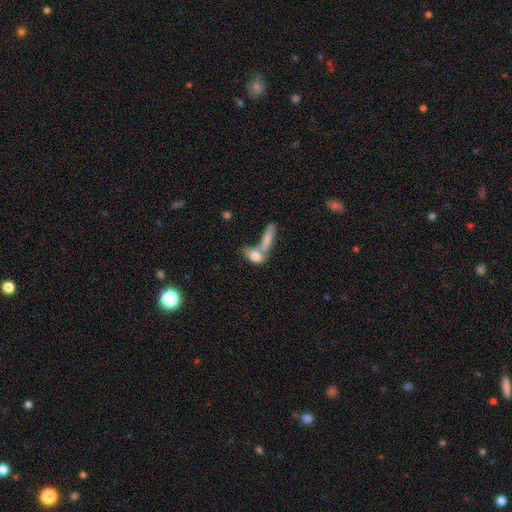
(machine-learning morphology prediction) smooth-or-featured: smooth: 76% | featured or disk: 16% | star or artifact: 7%
  how-rounded: in between: 70% | cigar-shaped: 18% | round: 12%
  merging: merger: 53% | none: 31% | minor disturbance: 10% | major disturbance: 7%